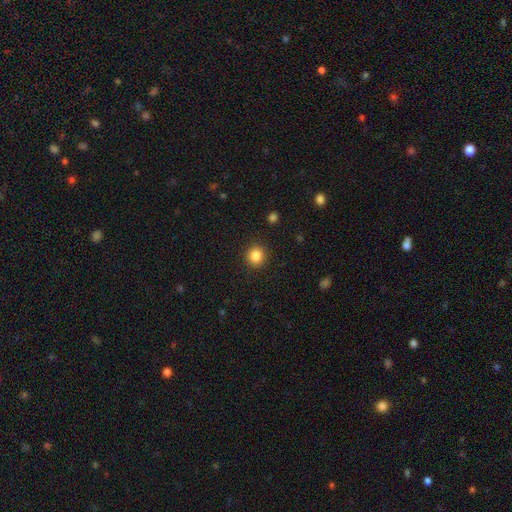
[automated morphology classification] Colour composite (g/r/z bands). It shows a smooth galaxy with no disk features (85%) that is round (90%). Merging: none (91%).